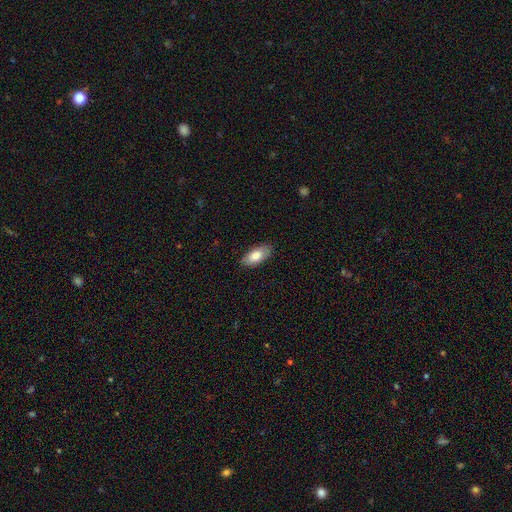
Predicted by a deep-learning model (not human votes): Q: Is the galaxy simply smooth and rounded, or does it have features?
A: smooth — 79%.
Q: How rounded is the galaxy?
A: in between — 90%.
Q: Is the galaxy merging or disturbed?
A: none — 85%.